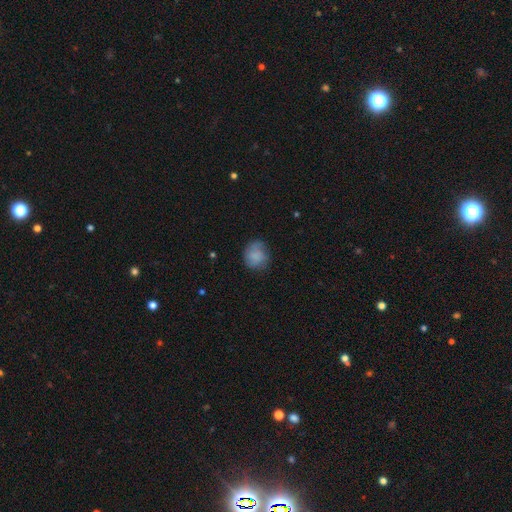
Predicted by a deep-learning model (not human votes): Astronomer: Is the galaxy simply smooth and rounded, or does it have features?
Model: smooth — 81%.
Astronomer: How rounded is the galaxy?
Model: round — 78%.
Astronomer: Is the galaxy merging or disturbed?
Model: none — 68%.